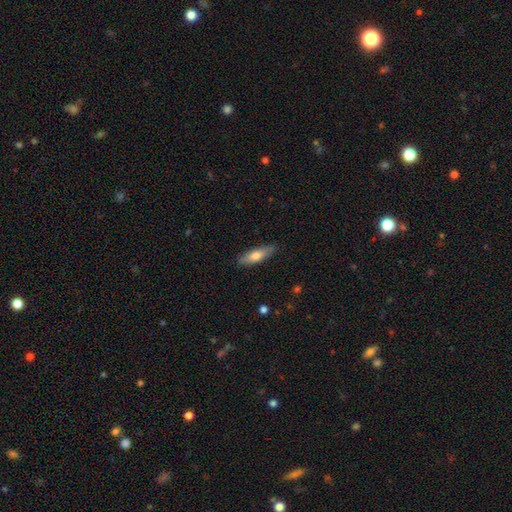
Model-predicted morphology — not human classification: Smooth or featured?
  - smooth: 67% *
  - featured or disk: 27%
  - star or artifact: 6%
How rounded?
  - cigar-shaped: 58% *
  - in between: 40%
  - round: 2%
Merging?
  - none: 86% *
  - minor disturbance: 11%
  - major disturbance: 2%
  - merger: 1%